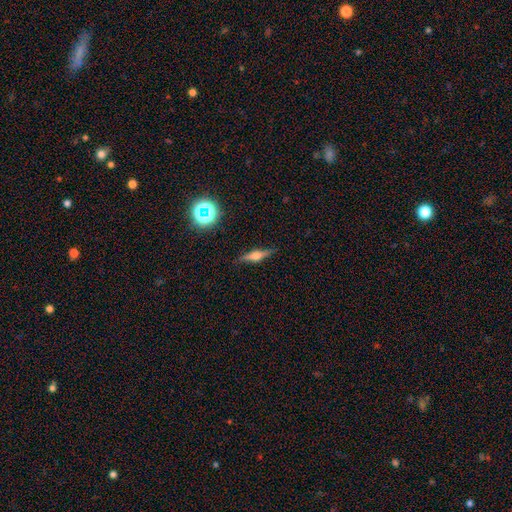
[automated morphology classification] This appears to be a featured or disk galaxy (63%) viewed edge-on (96%) with a rounded central bulge (89%). Merging: none (87%).